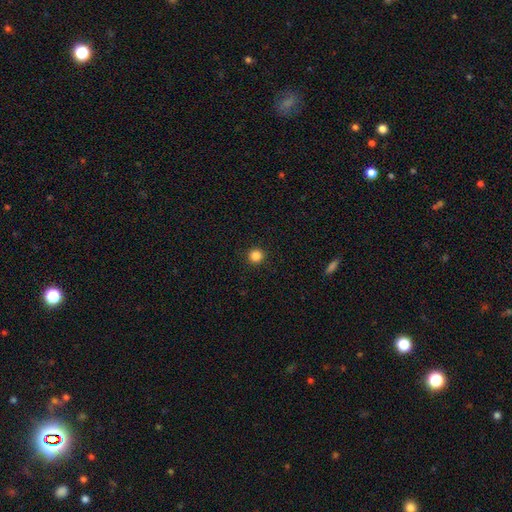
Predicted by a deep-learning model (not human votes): The model was most divided on "smooth or featured": smooth: 85%, star or artifact: 12%, featured or disk: 3%. More confident: how rounded — round (95%); merging — none (92%).